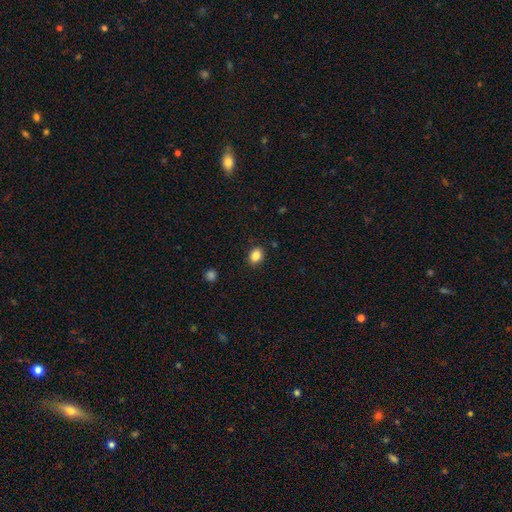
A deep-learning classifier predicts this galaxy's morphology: The model was most divided on "how rounded": in between: 61%, round: 38%, cigar-shaped: 1%. More confident: merging — none (88%); smooth or featured — smooth (86%).